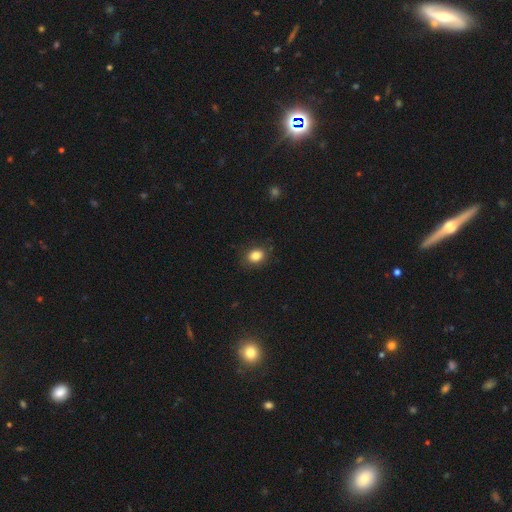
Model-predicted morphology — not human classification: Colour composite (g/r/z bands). It shows a smooth galaxy with no disk features (84%) that is in between round and cigar-shaped (57%). Merging: none (85%).